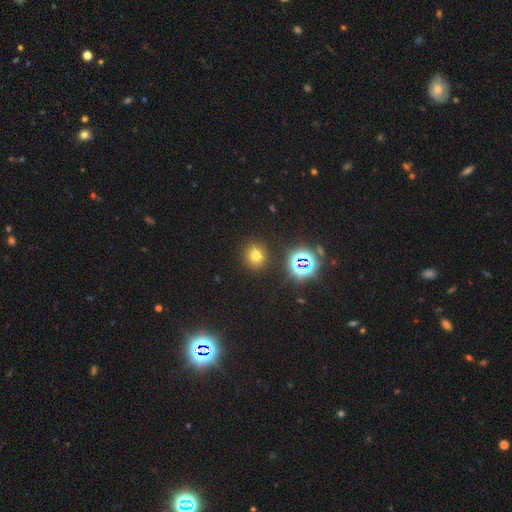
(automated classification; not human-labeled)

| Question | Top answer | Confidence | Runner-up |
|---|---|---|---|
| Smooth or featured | smooth | 69% | star or artifact (24%) |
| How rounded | round | 85% | in between (14%) |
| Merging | none | 89% | minor disturbance (6%) |